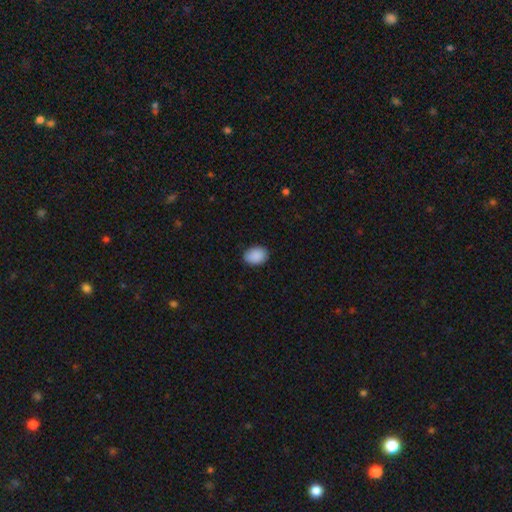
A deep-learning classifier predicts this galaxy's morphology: Smooth or featured: smooth — 90% (star or artifact — 7%)
How rounded: in between — 76% (round — 23%)
Merging: none — 87% (minor disturbance — 10%)